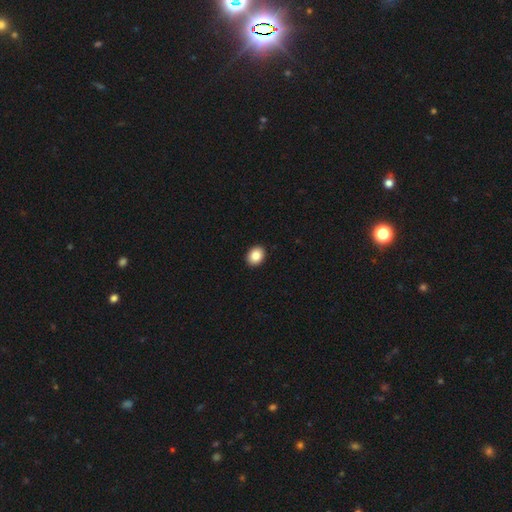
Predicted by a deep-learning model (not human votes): A smooth galaxy with no disk features (86%) that is in between round and cigar-shaped (55%).

Vote fractions:
- Smooth or featured? smooth: 86% / star or artifact: 9% / featured or disk: 5%
- How rounded? in between: 55% / round: 44% / cigar-shaped: 1%
- Merging? none: 92% / minor disturbance: 5% / major disturbance: 1% / merger: 1%